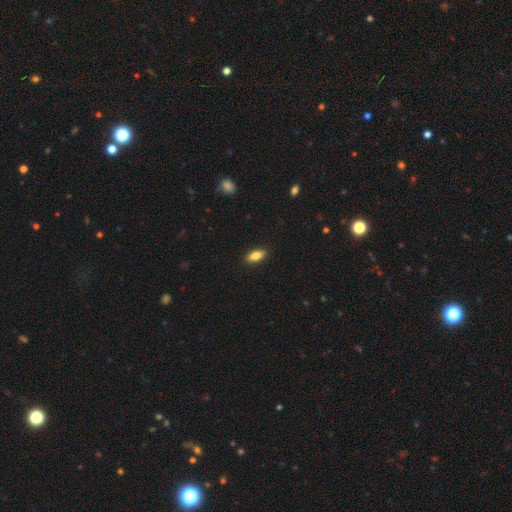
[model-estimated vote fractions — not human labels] Q: Smooth or featured?
A: smooth (83%); runner-up: featured or disk (10%)
Q: How rounded?
A: in between (86%); runner-up: cigar-shaped (11%)
Q: Merging?
A: none (89%); runner-up: minor disturbance (8%)